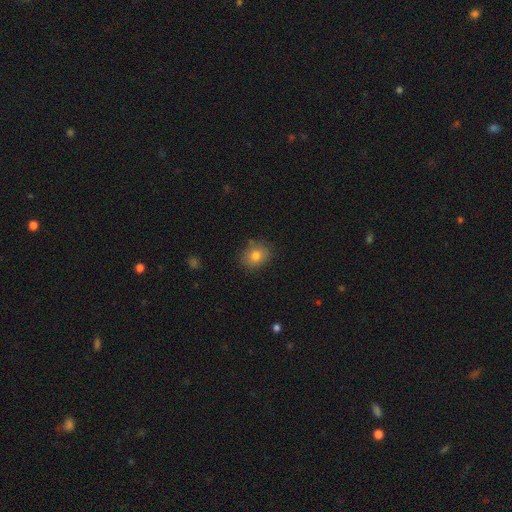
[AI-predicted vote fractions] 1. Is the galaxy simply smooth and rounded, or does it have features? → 79% smooth, 11% featured or disk, 10% star or artifact.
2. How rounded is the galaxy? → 57% round, 42% in between, 1% cigar-shaped.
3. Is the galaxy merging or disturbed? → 81% none, 14% minor disturbance, 3% major disturbance, 2% merger.